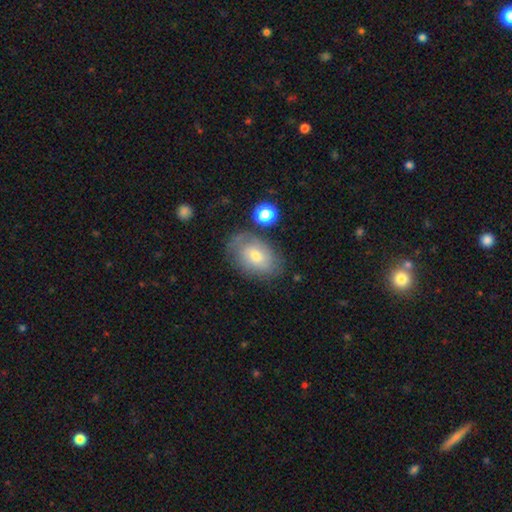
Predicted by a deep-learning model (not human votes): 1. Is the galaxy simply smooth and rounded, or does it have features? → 47% smooth, 43% featured or disk, 9% star or artifact.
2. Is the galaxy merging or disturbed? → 65% none, 22% minor disturbance, 9% major disturbance, 4% merger.